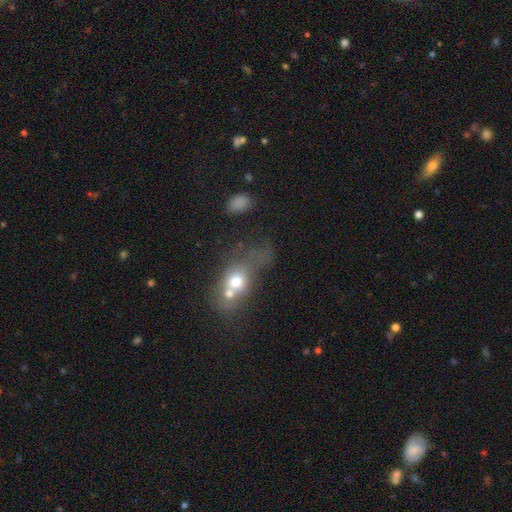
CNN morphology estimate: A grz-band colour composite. It shows a smooth galaxy with no disk features (52%) that is in between round and cigar-shaped (51%). Merging: merger (50%).